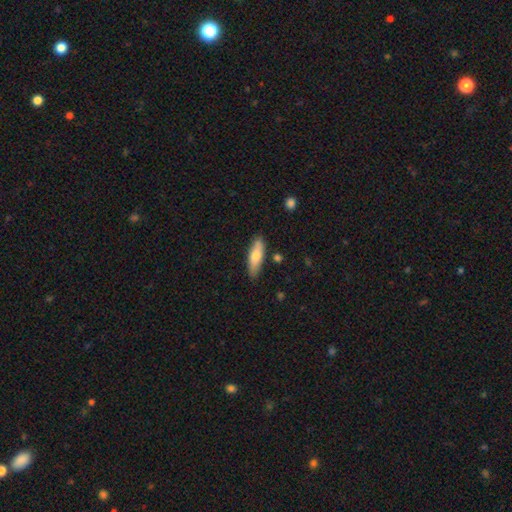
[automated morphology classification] The model was most divided on "how rounded": cigar-shaped: 52%, in between: 46%, round: 2%. More confident: merging — none (83%); smooth or featured — smooth (72%).